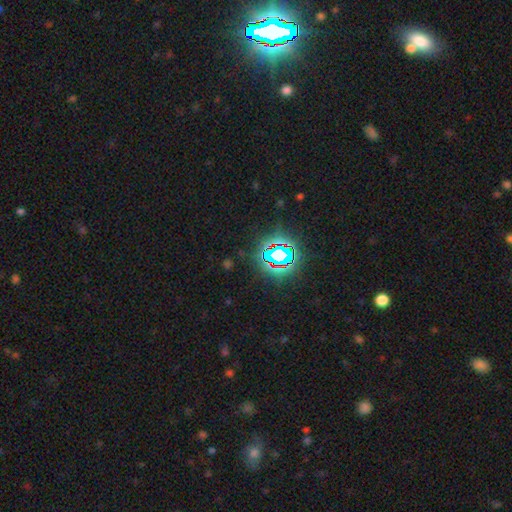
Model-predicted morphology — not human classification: smooth_or_featured: star or artifact (p=0.79) [alt: smooth p=0.13]